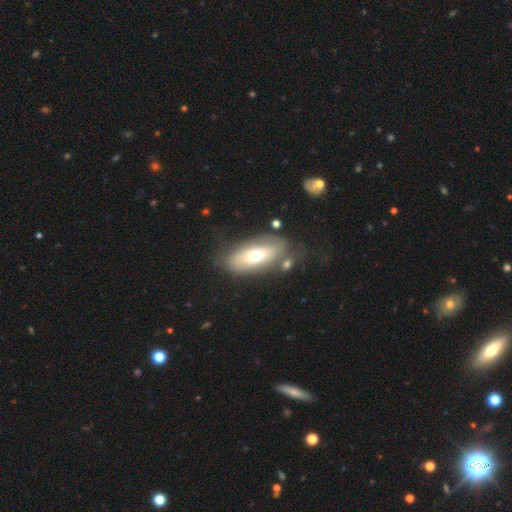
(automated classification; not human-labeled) This appears to be a smooth galaxy with no disk features (57%) that is in between round and cigar-shaped (85%). Merging: none (63%).